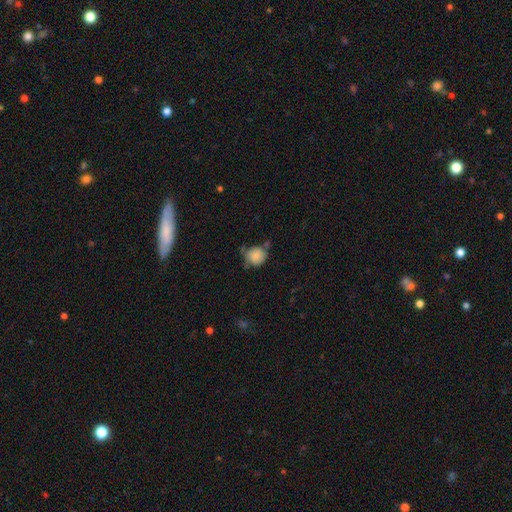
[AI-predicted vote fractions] Morphology: type=smooth (84%); roundness=round (83%); merging=none (55%).